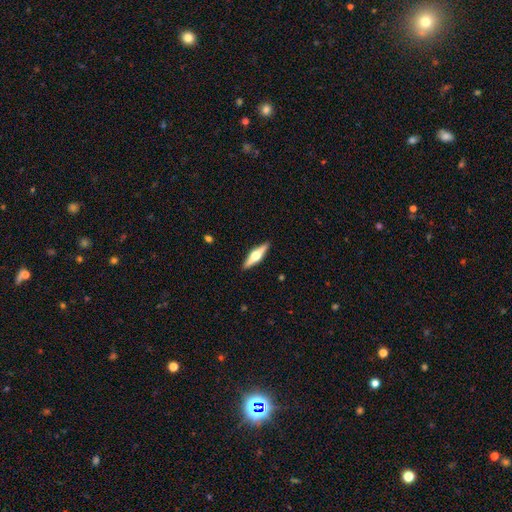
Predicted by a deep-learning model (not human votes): smooth_or_featured: featured or disk (p=0.69) [alt: smooth p=0.26]
disk_edge_on: yes (p=0.97) [alt: no p=0.03]
edge_on_bulge: rounded (p=0.95) [alt: boxy p=0.04]
merging: none (p=0.91) [alt: minor disturbance p=0.07]